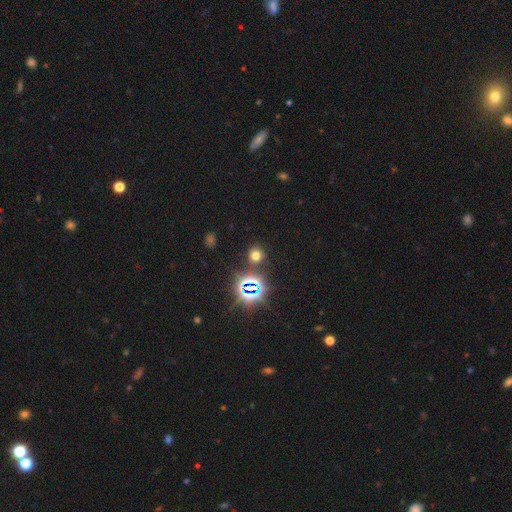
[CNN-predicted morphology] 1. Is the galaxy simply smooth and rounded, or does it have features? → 58% smooth, 36% star or artifact, 7% featured or disk.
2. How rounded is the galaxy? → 87% round, 12% in between, 1% cigar-shaped.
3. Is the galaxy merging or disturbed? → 84% none, 8% minor disturbance, 5% merger, 3% major disturbance.